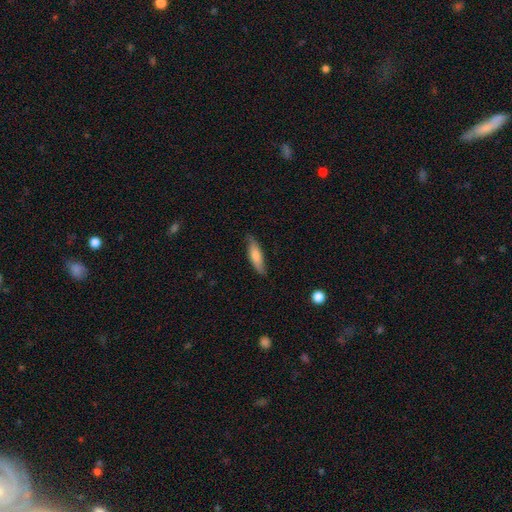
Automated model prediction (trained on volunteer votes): Smooth or featured?
  - smooth: 70% *
  - featured or disk: 24%
  - star or artifact: 6%
How rounded?
  - cigar-shaped: 59% *
  - in between: 39%
  - round: 2%
Merging?
  - none: 79% *
  - minor disturbance: 17%
  - major disturbance: 3%
  - merger: 1%